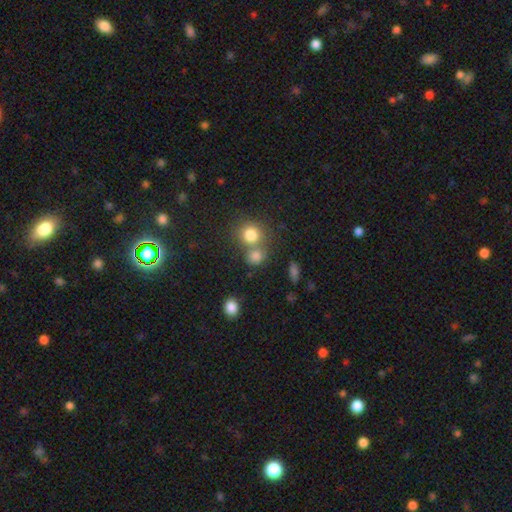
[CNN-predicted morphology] The model was most divided on "merging": none: 50%, merger: 38%, minor disturbance: 8%, major disturbance: 4%. More confident: smooth or featured — smooth (79%); how rounded — round (77%).